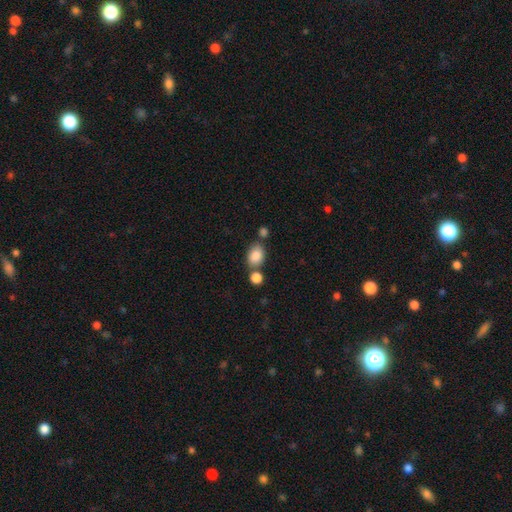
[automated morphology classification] A smooth galaxy with no disk features (85%) that is in between round and cigar-shaped (75%). Merging: none (60%).